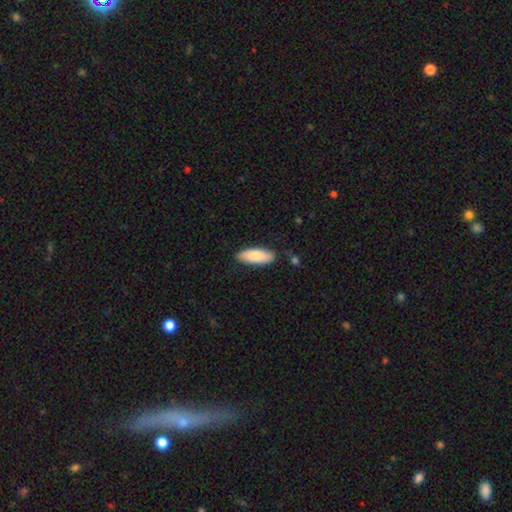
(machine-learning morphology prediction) type=smooth (87%); roundness=in between (75%); merging=none (83%).